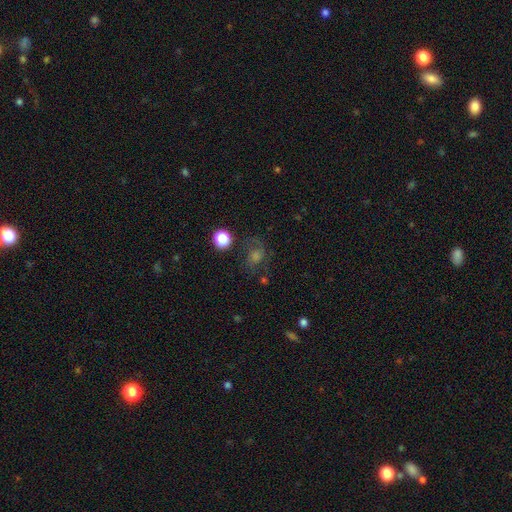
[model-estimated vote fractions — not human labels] A smooth galaxy with no disk features (36%).

Vote fractions:
- Smooth or featured? smooth: 36% / featured or disk: 34% / star or artifact: 31%
- Merging? none: 66% / minor disturbance: 17% / major disturbance: 13% / merger: 4%